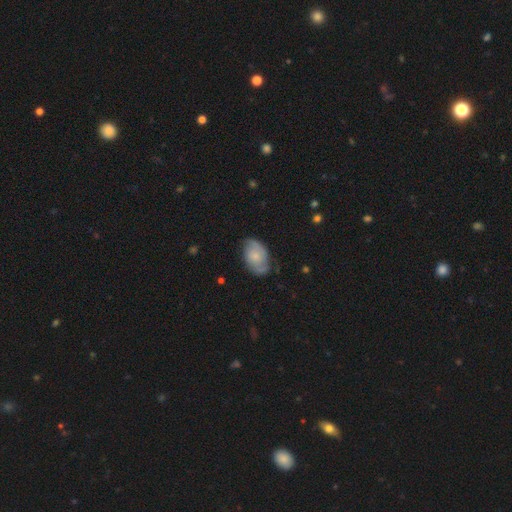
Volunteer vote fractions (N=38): Smooth or featured: featured or disk — 53% (smooth — 45%)
Edge-on disk: no — 95% (yes — 5%)
Bar: no — 79% (weak — 16%)
Spiral arms: yes — 84% (no — 16%)
Spiral winding: medium — 69% (loose — 19%)
Spiral arm count: 2 — 75% (can't tell — 25%)
Bulge size: small — 63% (moderate — 26%)
Merging: none — 59% (minor disturbance — 27%)